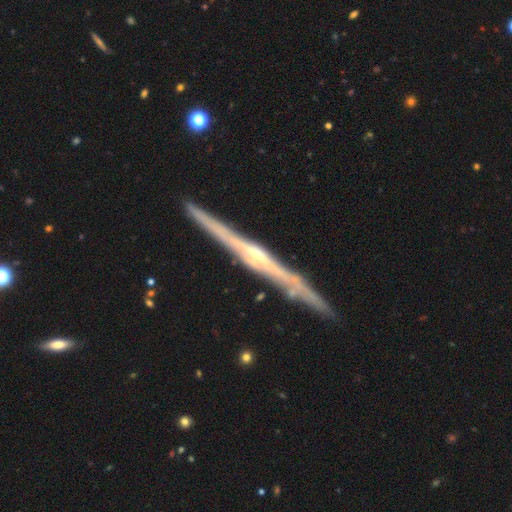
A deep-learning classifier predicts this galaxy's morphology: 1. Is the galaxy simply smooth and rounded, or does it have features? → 86% featured or disk, 9% smooth, 5% star or artifact.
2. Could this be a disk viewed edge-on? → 97% yes, 3% no.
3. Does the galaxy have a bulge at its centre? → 66% rounded, 27% none, 7% boxy.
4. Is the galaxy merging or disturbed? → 88% none, 9% minor disturbance, 2% merger, 2% major disturbance.